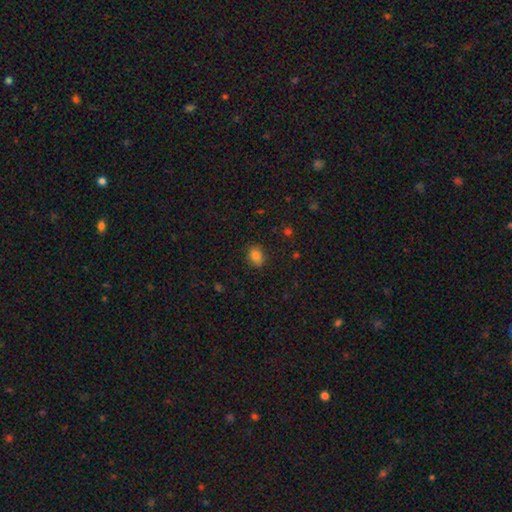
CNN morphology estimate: smooth_or_featured: smooth (p=0.83) [alt: star or artifact p=0.11]
how_rounded: in between (p=0.57) [alt: round p=0.42]
merging: none (p=0.86) [alt: minor disturbance p=0.10]